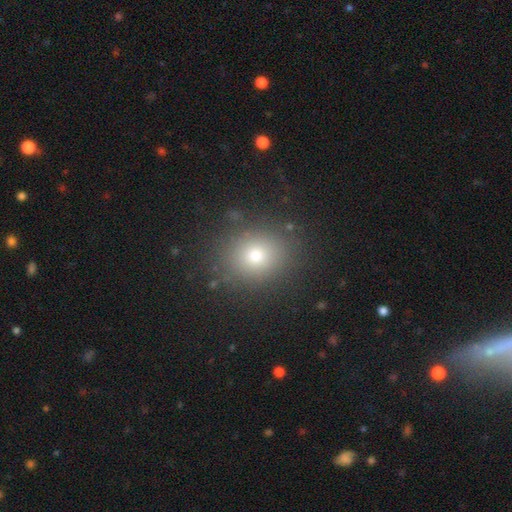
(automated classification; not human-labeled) This appears to be a smooth galaxy with no disk features (71%) that is round (71%). Merging: none (87%).